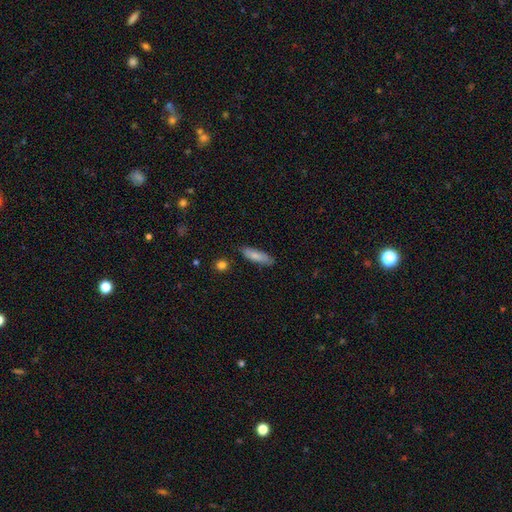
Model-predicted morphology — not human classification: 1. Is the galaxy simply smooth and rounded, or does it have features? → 81% smooth, 13% featured or disk, 6% star or artifact.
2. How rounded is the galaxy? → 58% cigar-shaped, 40% in between, 2% round.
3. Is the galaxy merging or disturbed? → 82% none, 14% minor disturbance, 3% major disturbance, 2% merger.